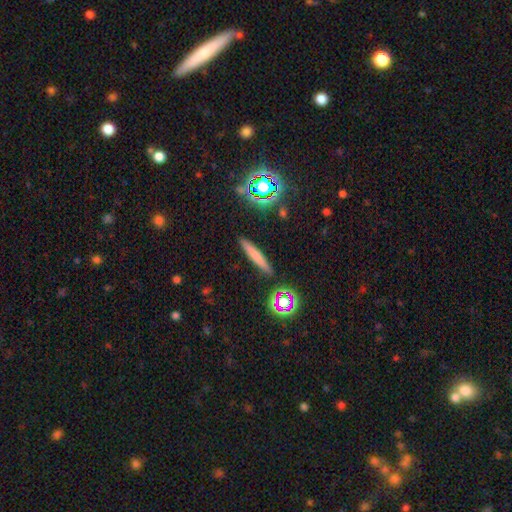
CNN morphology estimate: Smooth or featured: smooth — 66% (featured or disk — 21%)
How rounded: cigar-shaped — 92% (in between — 6%)
Merging: none — 90% (minor disturbance — 7%)